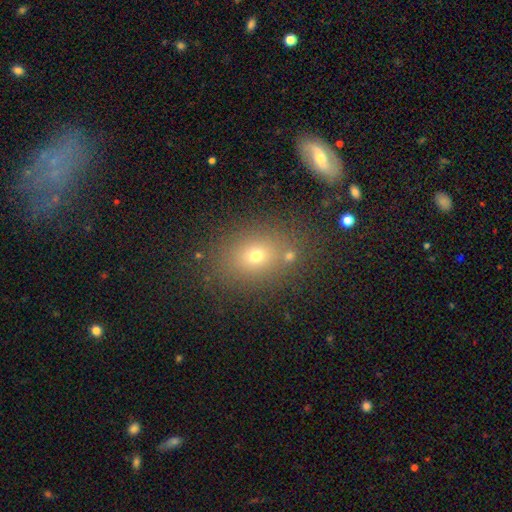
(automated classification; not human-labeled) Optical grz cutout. It shows a smooth galaxy with no disk features (66%) that is in between round and cigar-shaped (58%). Merging: none (77%).